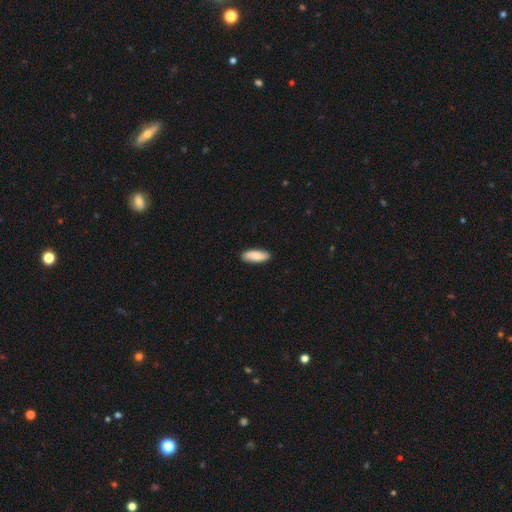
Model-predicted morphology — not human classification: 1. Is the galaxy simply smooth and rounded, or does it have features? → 86% smooth, 9% featured or disk, 5% star or artifact.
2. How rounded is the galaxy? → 76% in between, 22% cigar-shaped, 2% round.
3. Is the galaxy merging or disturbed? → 90% none, 8% minor disturbance, 1% major disturbance, 1% merger.